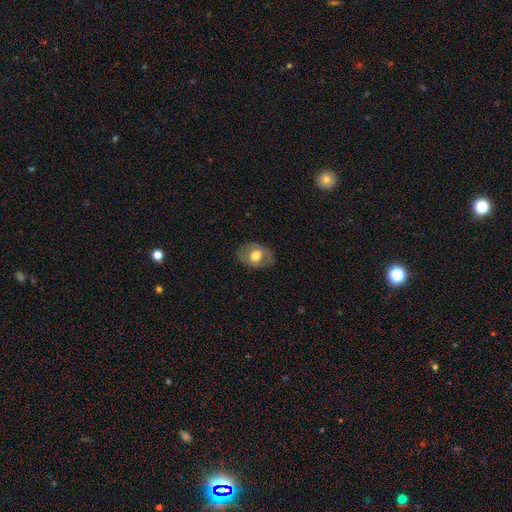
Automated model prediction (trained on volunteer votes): Q: Smooth or featured?
A: smooth (62%); runner-up: featured or disk (31%)
Q: How rounded?
A: in between (64%); runner-up: round (35%)
Q: Merging?
A: none (79%); runner-up: minor disturbance (15%)